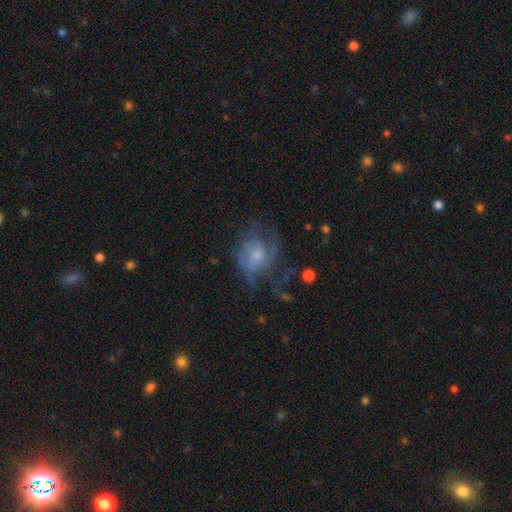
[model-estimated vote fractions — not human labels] Overall: featured or disk (61%; smooth 29%). Edge-on disk: no (97%). Bar: no (77%). Spiral arms: yes (75%). Bulge size: moderate (45%; small 40%). Merging: none (45%; major disturbance 31%).